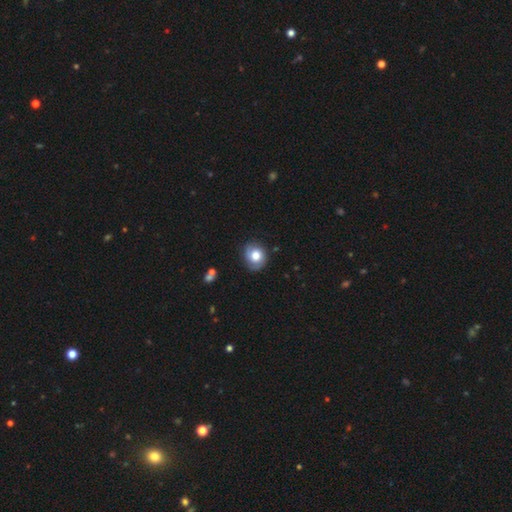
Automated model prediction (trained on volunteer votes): Smooth or featured? smooth (65%)
How rounded? round (73%)
Merging? none (77%)